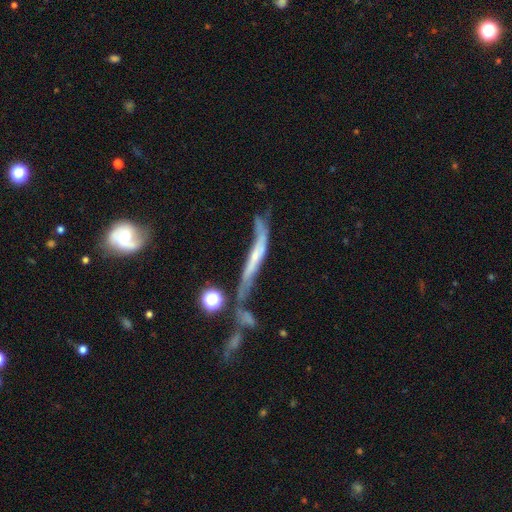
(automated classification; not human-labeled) Smooth or featured?
  - featured or disk: 68% *
  - smooth: 23%
  - star or artifact: 9%
Edge-on disk?
  - yes: 61% *
  - no: 39%
Merging?
  - major disturbance: 28% *
  - none: 27%
  - merger: 25%
  - minor disturbance: 20%